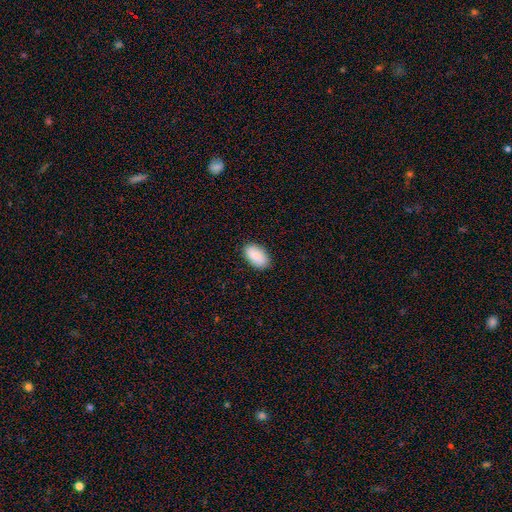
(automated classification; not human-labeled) This appears to be a smooth galaxy with no disk features (89%) that is in between round and cigar-shaped (95%). Merging: none (87%).